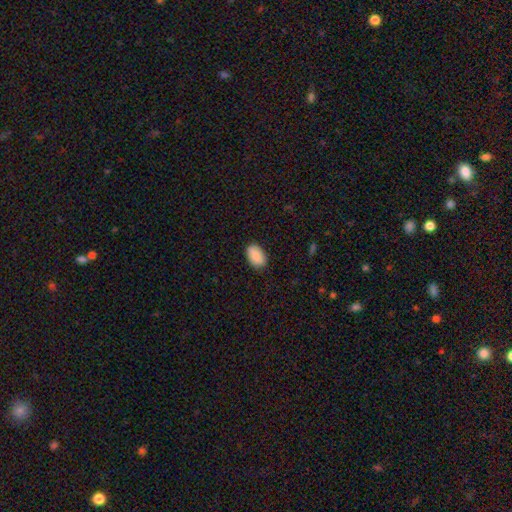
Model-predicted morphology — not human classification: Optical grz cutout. It shows a smooth galaxy with no disk features (89%) that is in between round and cigar-shaped (92%). Merging: none (87%).